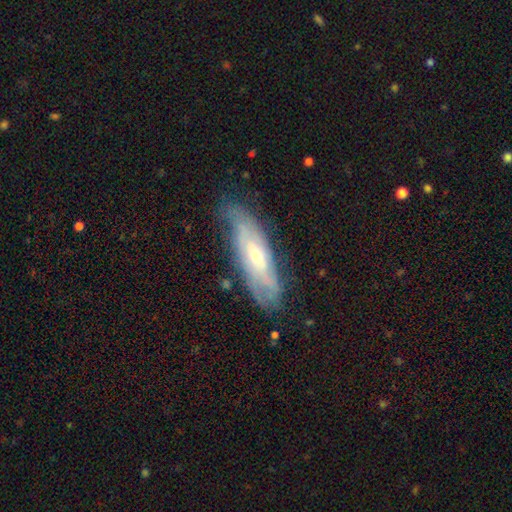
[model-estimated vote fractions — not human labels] Morphology: type=featured or disk (70%); edge-on=no (71%); merging=none (72%).